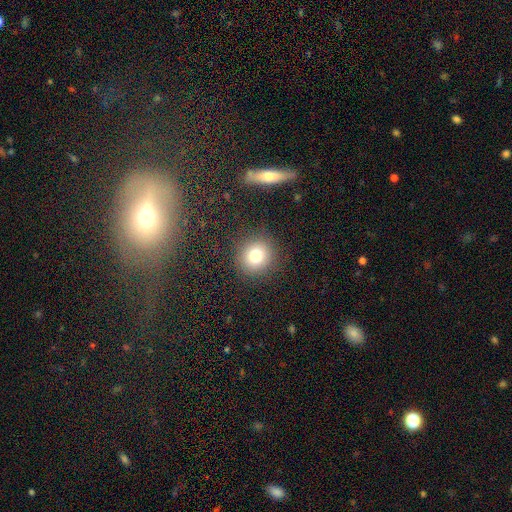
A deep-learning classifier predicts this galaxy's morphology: Smooth or featured?
  - smooth: 77% *
  - star or artifact: 14%
  - featured or disk: 10%
How rounded?
  - round: 90% *
  - in between: 9%
  - cigar-shaped: 1%
Merging?
  - none: 88% *
  - minor disturbance: 7%
  - major disturbance: 3%
  - merger: 1%